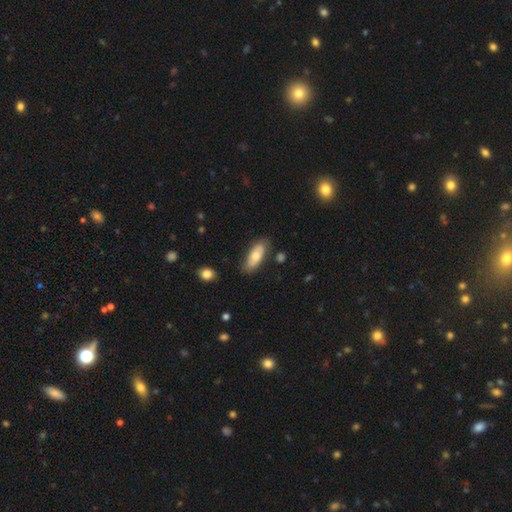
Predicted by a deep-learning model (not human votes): Q: Smooth or featured?
A: smooth (69%); runner-up: featured or disk (25%)
Q: How rounded?
A: in between (80%); runner-up: cigar-shaped (18%)
Q: Merging?
A: none (78%); runner-up: minor disturbance (16%)